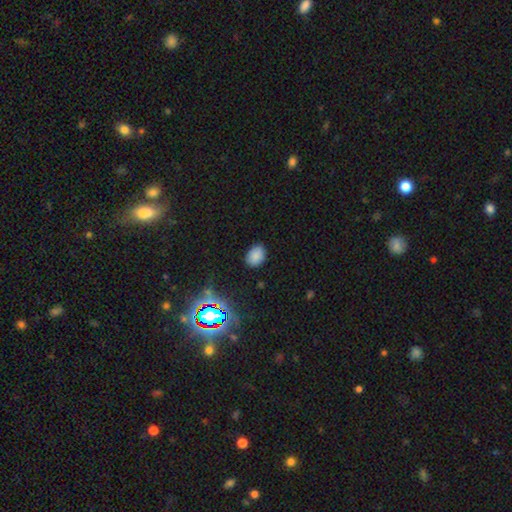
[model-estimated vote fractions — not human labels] Smooth or featured: smooth — 82% (star or artifact — 13%)
How rounded: in between — 73% (round — 26%)
Merging: none — 84% (minor disturbance — 12%)